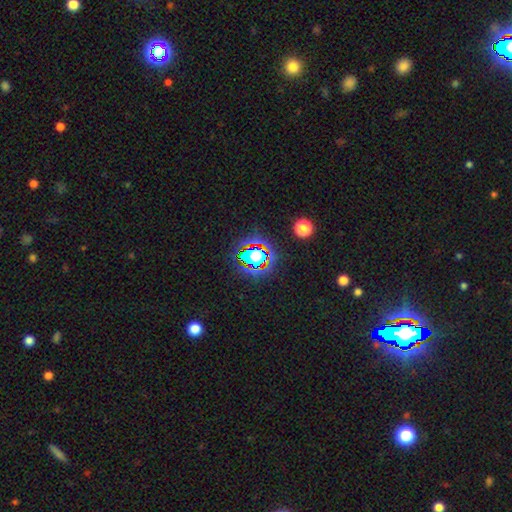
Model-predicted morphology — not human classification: type=star or artifact (59%).